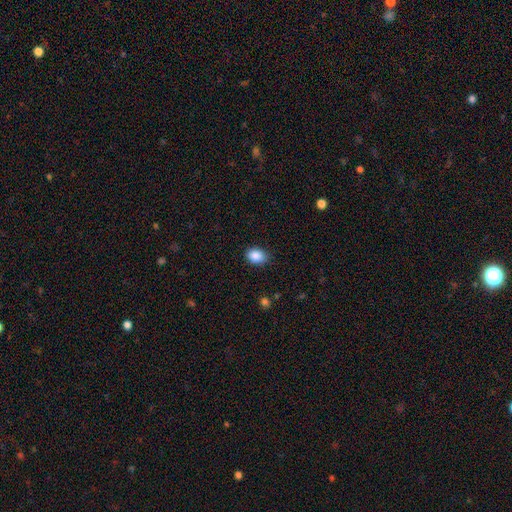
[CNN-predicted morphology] This appears to be a smooth galaxy with no disk features (88%) that is in between round and cigar-shaped (74%). Merging: none (84%).